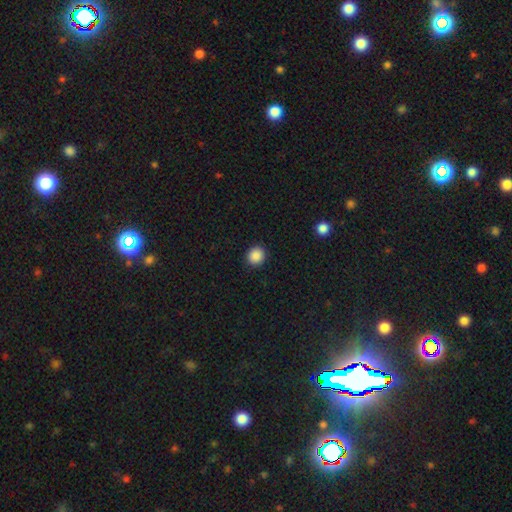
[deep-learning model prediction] A smooth galaxy with no disk features (88%) that is round (87%).

Vote fractions:
- Smooth or featured? smooth: 88% / star or artifact: 9% / featured or disk: 3%
- How rounded? round: 87% / in between: 12% / cigar-shaped: 1%
- Merging? none: 92% / minor disturbance: 5% / major disturbance: 2% / merger: 1%